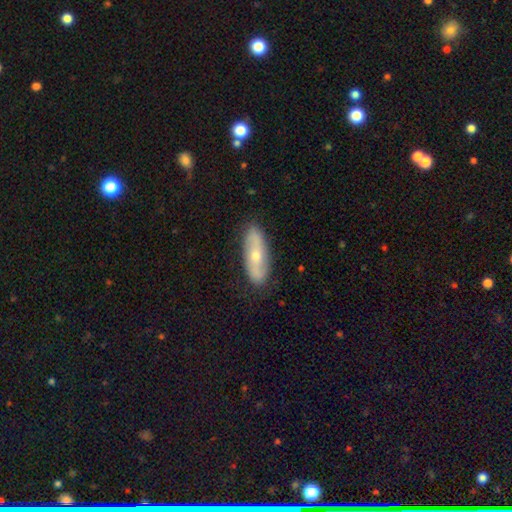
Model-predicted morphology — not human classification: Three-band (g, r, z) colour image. It shows a featured or disk galaxy (54%). Merging: none (85%).